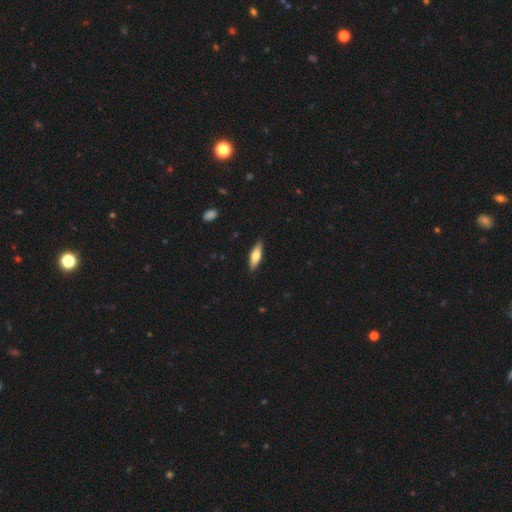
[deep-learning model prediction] Smooth or featured? smooth (66%)
How rounded? in between (54%)
Merging? none (88%)